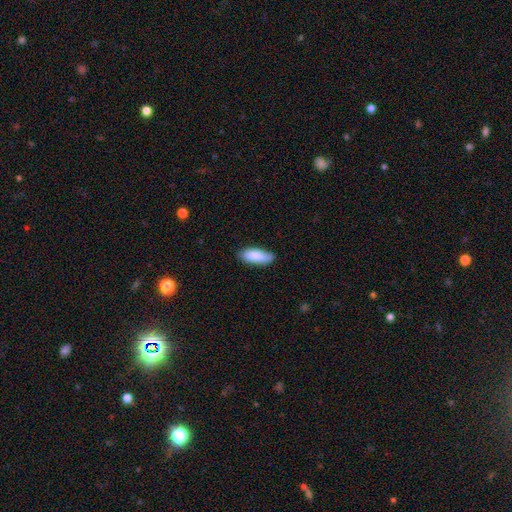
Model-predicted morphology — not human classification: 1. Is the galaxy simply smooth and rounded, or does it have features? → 87% smooth, 7% featured or disk, 6% star or artifact.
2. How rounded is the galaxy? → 74% in between, 24% cigar-shaped, 2% round.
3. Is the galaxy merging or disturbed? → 80% none, 16% minor disturbance, 2% major disturbance, 1% merger.